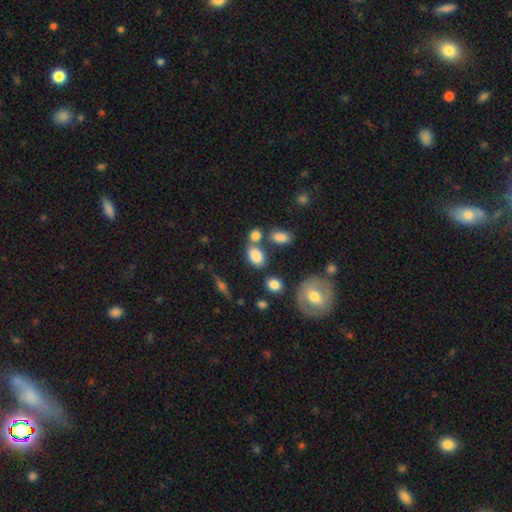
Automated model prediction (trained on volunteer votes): This appears to be a smooth galaxy with no disk features (81%) that is in between round and cigar-shaped (81%). Merging: none (55%).